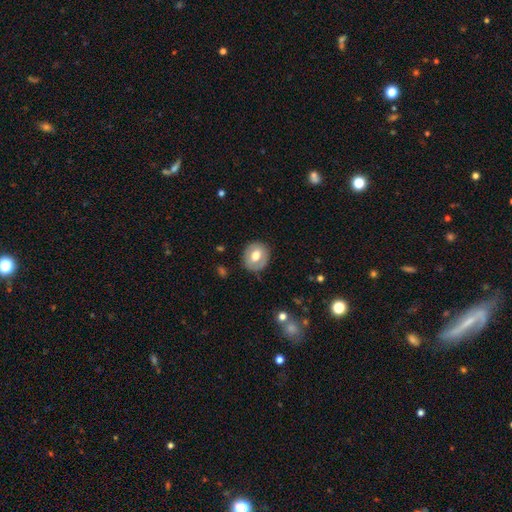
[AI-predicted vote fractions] A smooth galaxy with no disk features (59%) that is round (64%).

Vote fractions:
- Smooth or featured? smooth: 59% / featured or disk: 34% / star or artifact: 7%
- How rounded? round: 64% / in between: 35% / cigar-shaped: 1%
- Merging? none: 82% / minor disturbance: 13% / major disturbance: 4% / merger: 1%